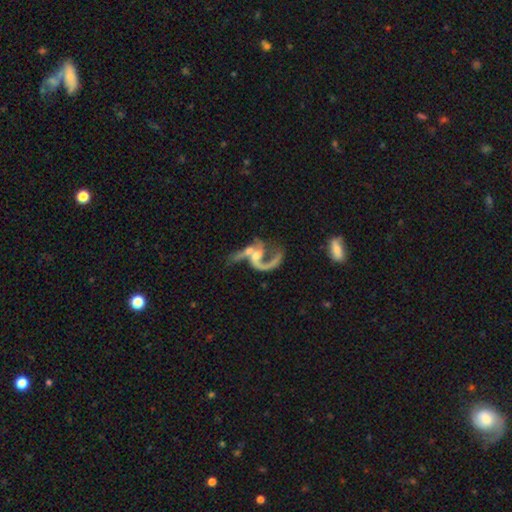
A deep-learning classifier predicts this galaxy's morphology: Smooth or featured? featured or disk (82%)
Edge-on disk? no (96%)
Bar? no (54%)
Spiral arms? yes (87%)
Spiral winding? loose (74%)
Spiral arm count? 2 (62%)
Bulge size? small (39%)
Merging? merger (39%)